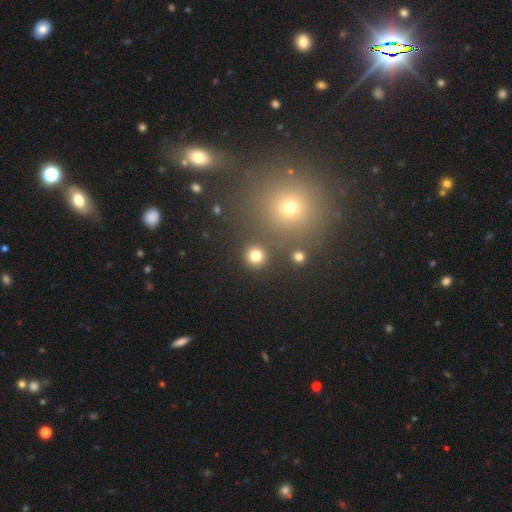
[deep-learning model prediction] This appears to be a smooth galaxy with no disk features (79%) that is round (93%). Merging: none (87%).